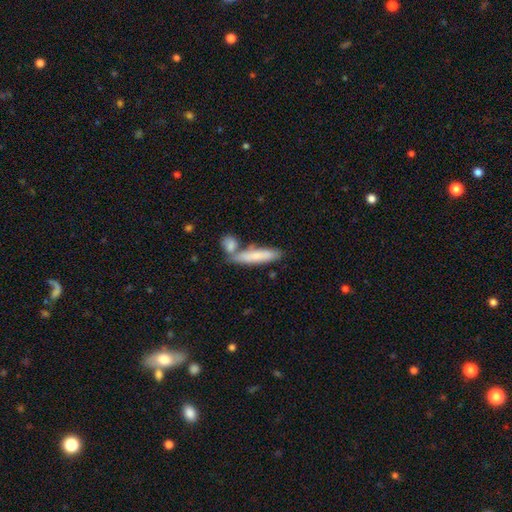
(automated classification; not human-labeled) Morphology: type=smooth (74%); roundness=cigar-shaped (79%); merging=none (59%).